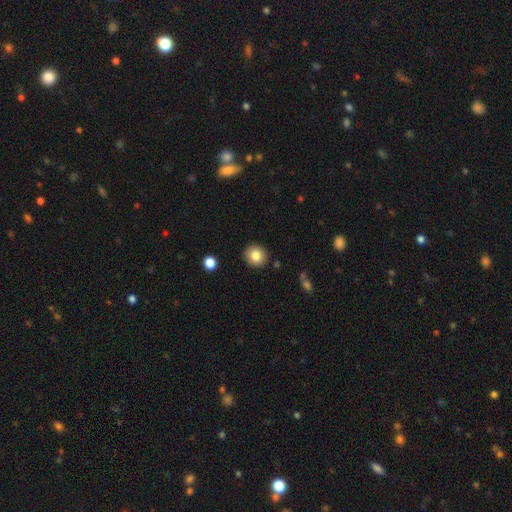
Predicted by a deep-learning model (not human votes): The model was most divided on "smooth or featured": smooth: 83%, star or artifact: 9%, featured or disk: 8%. More confident: merging — none (90%); how rounded — round (90%).